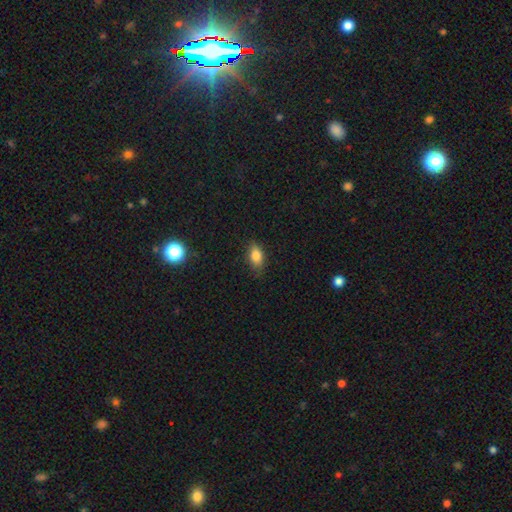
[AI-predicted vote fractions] Morphology: type=smooth (82%); roundness=in between (85%); merging=none (80%).